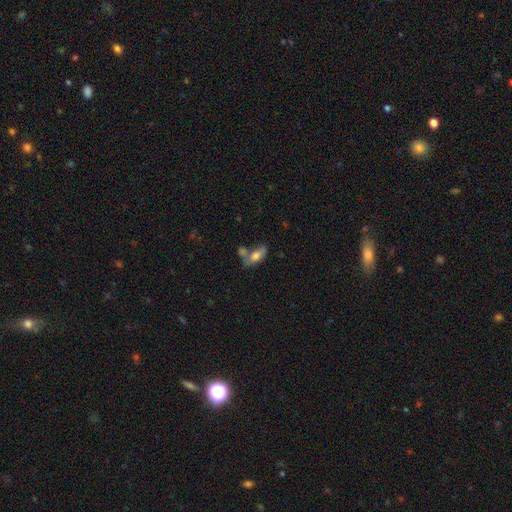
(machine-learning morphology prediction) Overall: smooth (65%; featured or disk 27%). How rounded: in between (85%). Merging: none (35%, tied with merger).